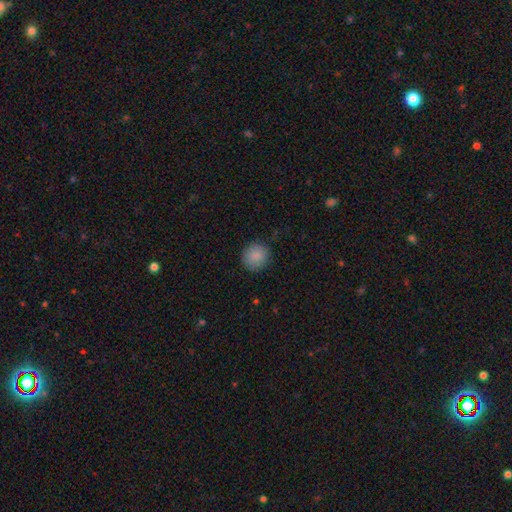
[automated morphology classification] type=smooth (88%); roundness=round (89%); merging=none (87%).